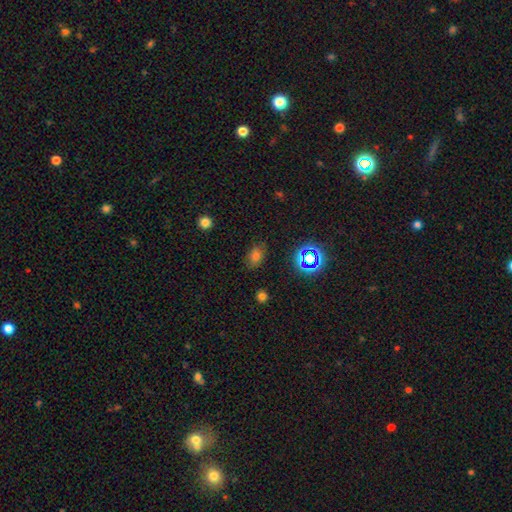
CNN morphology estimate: A smooth galaxy with no disk features (69%) that is in between round and cigar-shaped (78%).

Vote fractions:
- Smooth or featured? smooth: 69% / star or artifact: 23% / featured or disk: 8%
- How rounded? in between: 78% / round: 20% / cigar-shaped: 2%
- Merging? none: 80% / minor disturbance: 14% / major disturbance: 4% / merger: 2%